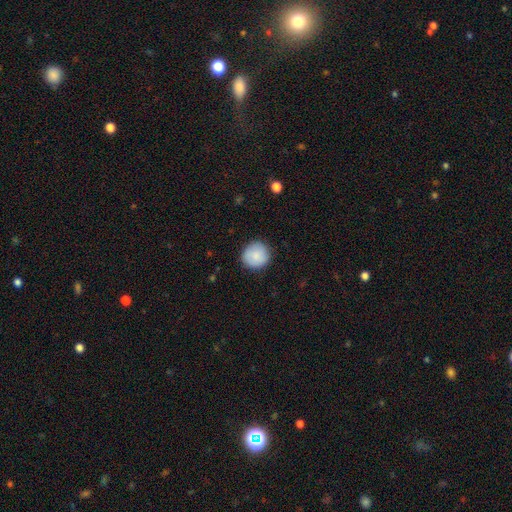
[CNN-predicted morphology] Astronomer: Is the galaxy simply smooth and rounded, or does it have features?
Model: smooth — 85%.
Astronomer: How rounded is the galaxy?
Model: round — 94%.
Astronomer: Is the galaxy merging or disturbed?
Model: none — 88%.